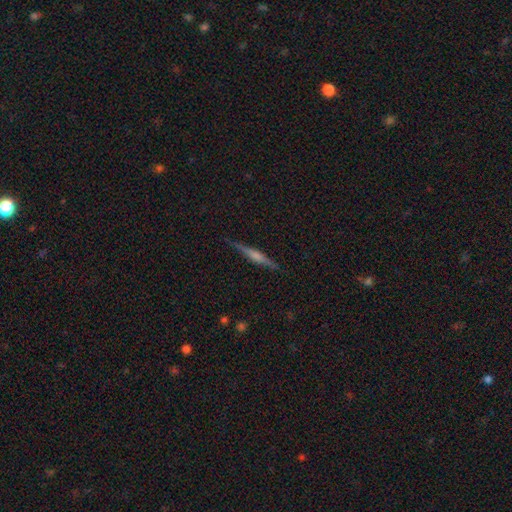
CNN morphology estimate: This appears to be a featured or disk galaxy (77%) viewed edge-on (98%) with a rounded central bulge (80%). Merging: none (90%).